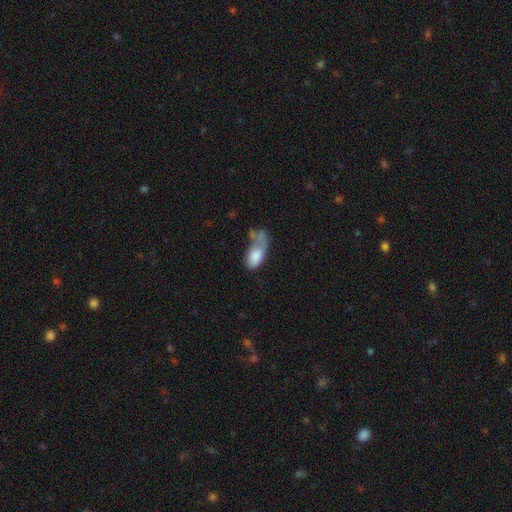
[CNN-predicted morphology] The model was most divided on "merging": major disturbance: 35%, merger: 27%, minor disturbance: 20%, none: 19%. More confident: how rounded — in between (89%); smooth or featured — smooth (75%).